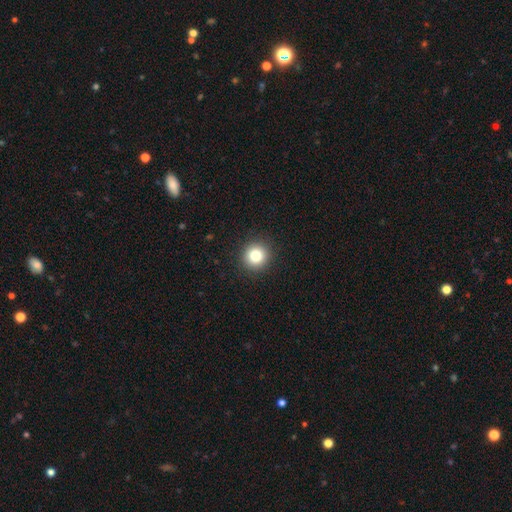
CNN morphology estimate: smooth 82%, star or artifact 11%, featured or disk 7%. Down the decision tree: how rounded — round (93%); merging — none (92%).